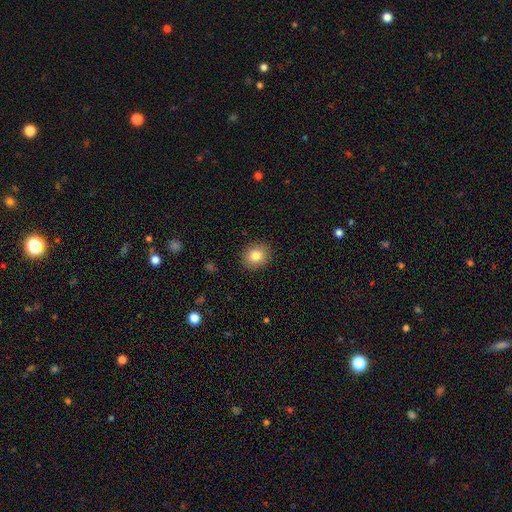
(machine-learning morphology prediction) Q: Smooth or featured?
A: smooth (82%); runner-up: star or artifact (10%)
Q: How rounded?
A: round (78%); runner-up: in between (21%)
Q: Merging?
A: none (91%); runner-up: minor disturbance (7%)